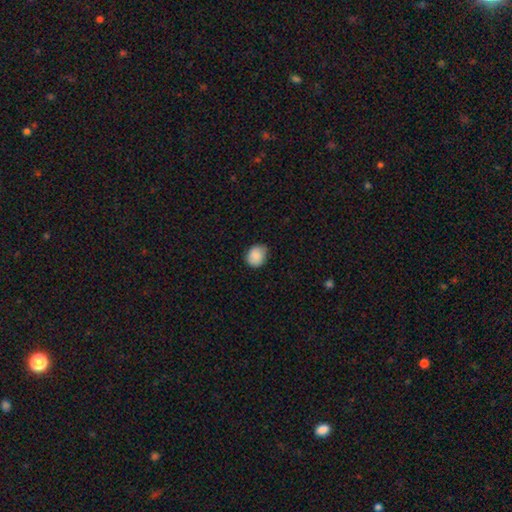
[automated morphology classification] Smooth or featured: smooth — 88% (star or artifact — 8%)
How rounded: round — 64% (in between — 35%)
Merging: none — 76% (minor disturbance — 20%)